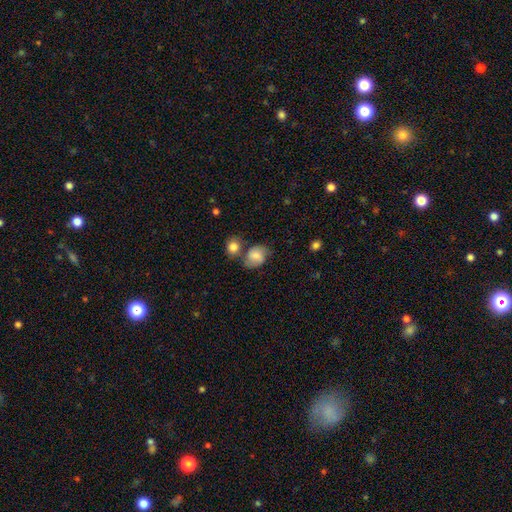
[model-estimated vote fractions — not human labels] smooth 70%, featured or disk 21%, star or artifact 8%. Down the decision tree: how rounded — in between (56%); merging — none (52%).